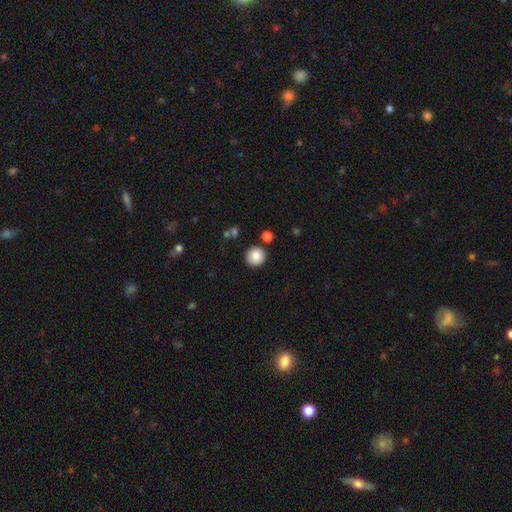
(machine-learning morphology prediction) Smooth or featured? smooth (84%)
How rounded? round (92%)
Merging? none (87%)